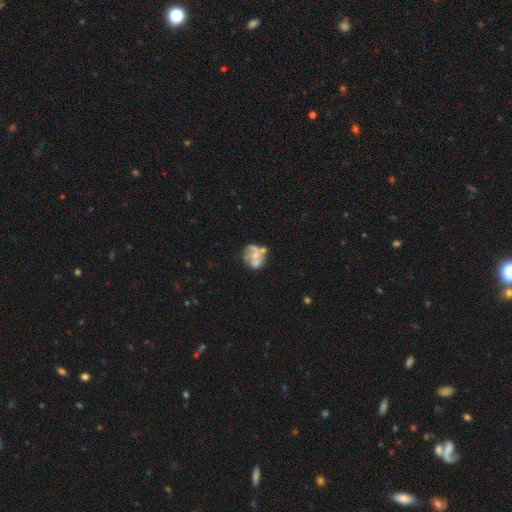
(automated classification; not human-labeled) A featured or disk galaxy (61%) with no bar (86%), no spiral arms (70%) and a small central bulge (35%).

Vote fractions:
- Smooth or featured? featured or disk: 61% / smooth: 29% / star or artifact: 9%
- Edge-on disk? no: 98% / yes: 2%
- Bar? no: 86% / weak: 12% / strong: 3%
- Spiral arms? no: 70% / yes: 30%
- Bulge size? small: 35% / moderate: 34% / none: 26% / large: 3% / dominant: 2%
- Merging? none: 36% / merger: 26% / minor disturbance: 19% / major disturbance: 19%